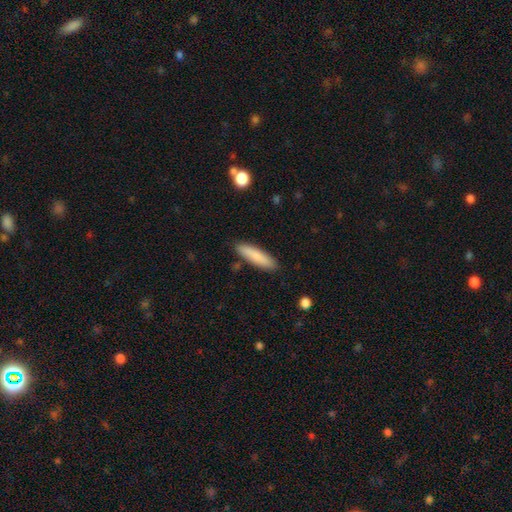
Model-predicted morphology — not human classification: type=smooth (83%); roundness=cigar-shaped (77%); merging=none (87%).